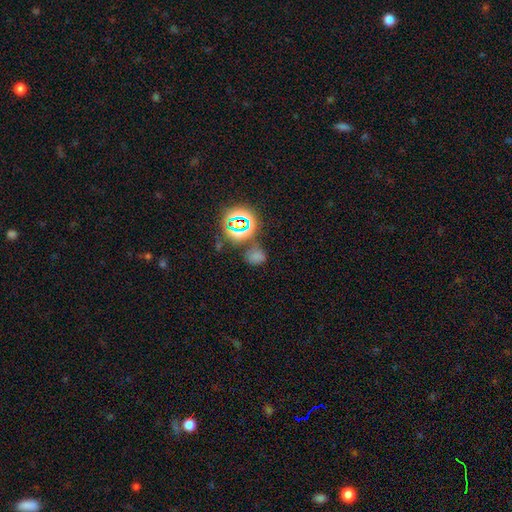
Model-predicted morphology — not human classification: Smooth or featured? smooth (53%)
How rounded? round (60%)
Merging? none (60%)